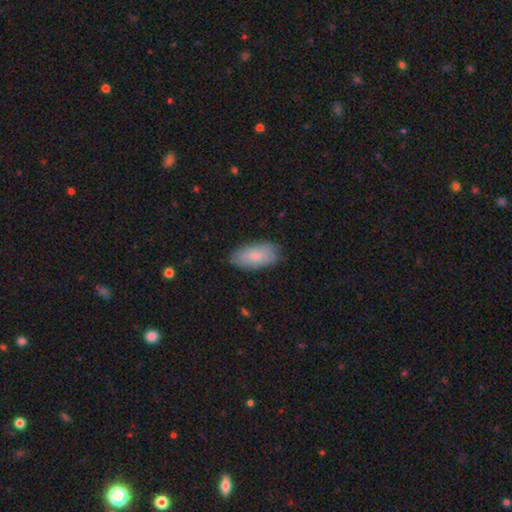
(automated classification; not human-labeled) The model was most divided on "smooth or featured": smooth: 77%, featured or disk: 17%, star or artifact: 6%. More confident: how rounded — in between (92%); merging — none (80%).